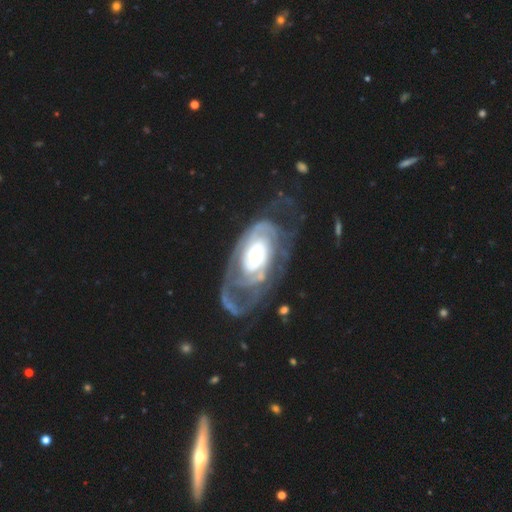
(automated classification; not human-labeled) featured or disk 87%, smooth 8%, star or artifact 5%. Down the decision tree: edge-on disk — no (96%); bar — no (66%); spiral arms — yes (91%); spiral arm count — 2 (36%); spiral winding — tight (57%); bulge size — moderate (56%); merging — major disturbance (44%).